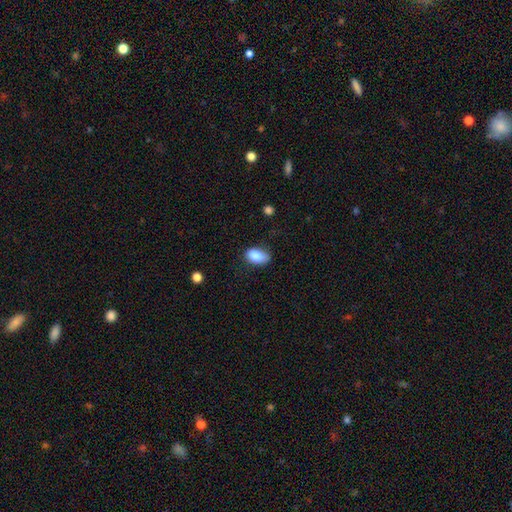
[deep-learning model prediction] Morphology: type=smooth (87%); roundness=in between (91%); merging=none (64%).